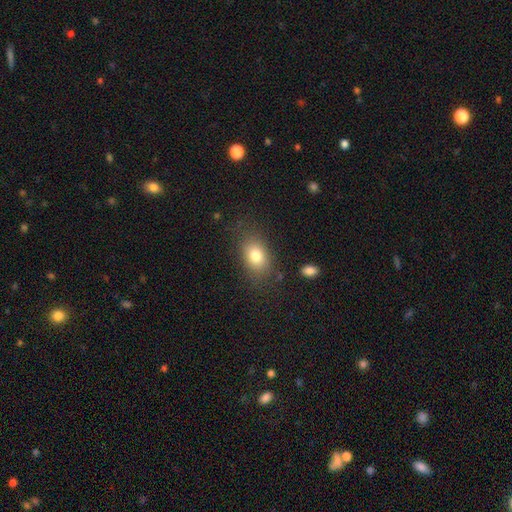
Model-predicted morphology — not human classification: Q: Smooth or featured?
A: smooth (79%); runner-up: featured or disk (11%)
Q: How rounded?
A: in between (78%); runner-up: round (20%)
Q: Merging?
A: none (77%); runner-up: minor disturbance (15%)